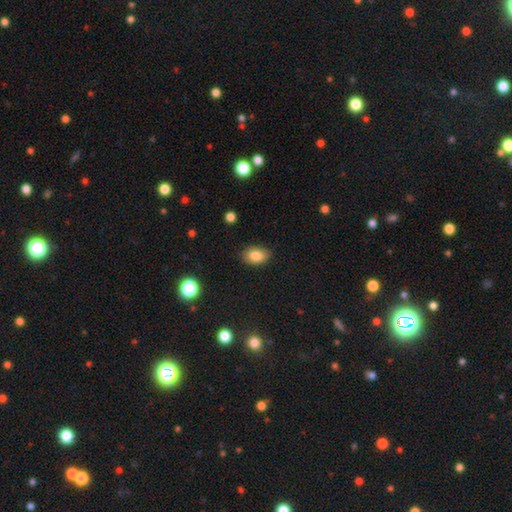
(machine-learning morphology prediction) smooth-or-featured: smooth: 84% | star or artifact: 9% | featured or disk: 7%
  how-rounded: in between: 85% | round: 14% | cigar-shaped: 1%
  merging: none: 84% | minor disturbance: 12% | major disturbance: 3% | merger: 1%